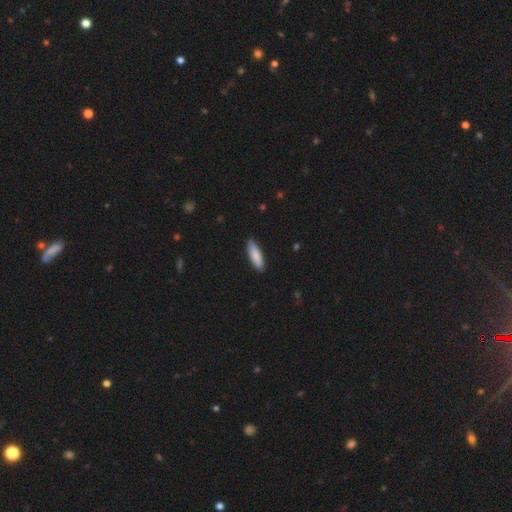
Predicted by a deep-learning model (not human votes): A smooth galaxy with no disk features (87%) that is cigar-shaped (53%).

Vote fractions:
- Smooth or featured? smooth: 87% / featured or disk: 8% / star or artifact: 5%
- How rounded? cigar-shaped: 53% / in between: 46% / round: 1%
- Merging? none: 87% / minor disturbance: 10% / major disturbance: 2% / merger: 1%